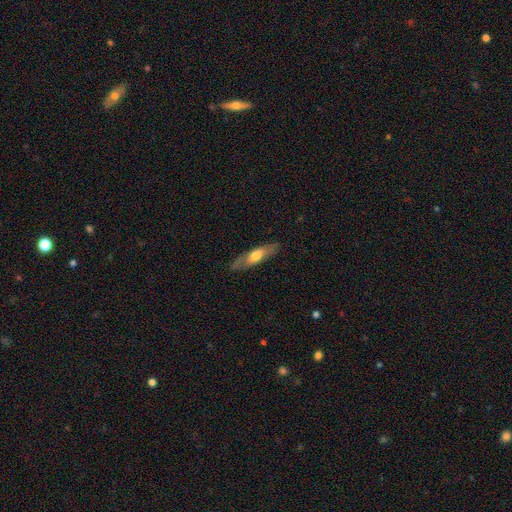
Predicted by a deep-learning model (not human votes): Morphology: type=smooth (51%); roundness=cigar-shaped (63%); merging=none (81%).